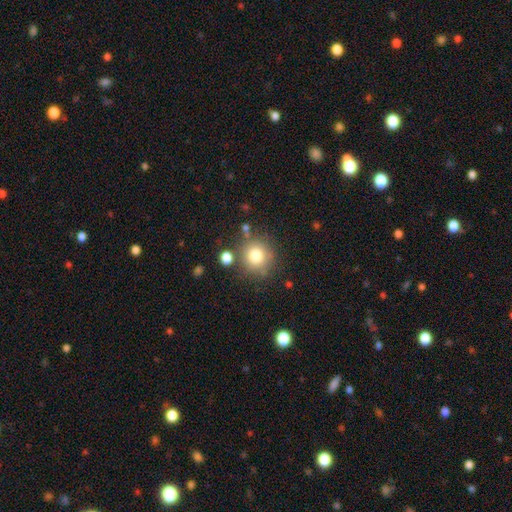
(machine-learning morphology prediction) smooth 78%, star or artifact 12%, featured or disk 10%. Down the decision tree: how rounded — round (91%); merging — none (77%).